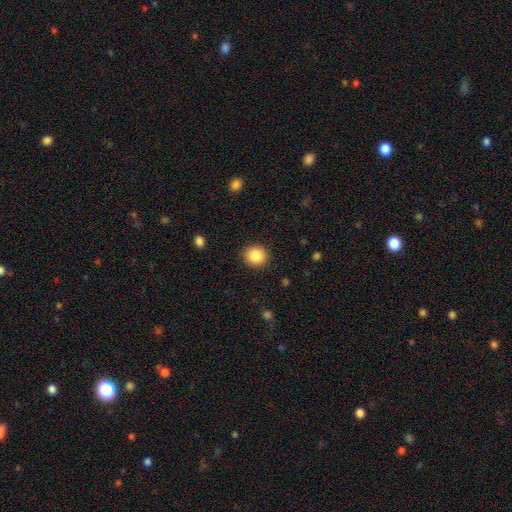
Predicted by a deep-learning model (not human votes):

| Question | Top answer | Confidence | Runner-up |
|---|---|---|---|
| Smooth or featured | smooth | 88% | star or artifact (9%) |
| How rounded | round | 85% | in between (14%) |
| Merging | none | 89% | minor disturbance (8%) |